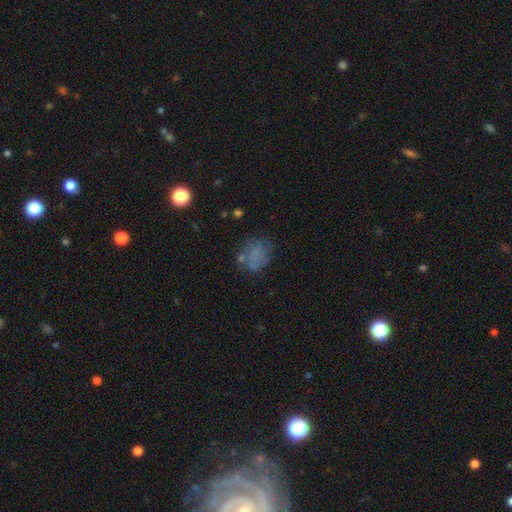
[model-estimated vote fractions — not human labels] Smooth or featured?
  - smooth: 60% *
  - featured or disk: 24%
  - star or artifact: 16%
How rounded?
  - in between: 54% *
  - round: 45%
  - cigar-shaped: 2%
Merging?
  - none: 57% *
  - minor disturbance: 22%
  - major disturbance: 14%
  - merger: 7%